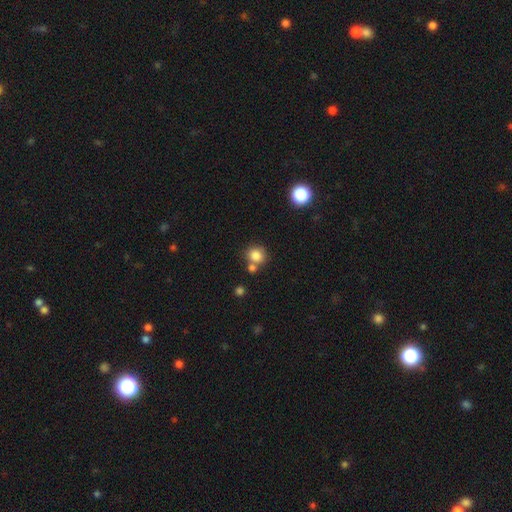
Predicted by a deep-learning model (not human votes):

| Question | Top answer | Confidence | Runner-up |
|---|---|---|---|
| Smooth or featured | smooth | 82% | star or artifact (11%) |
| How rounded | round | 83% | in between (16%) |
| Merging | none | 63% | merger (23%) |